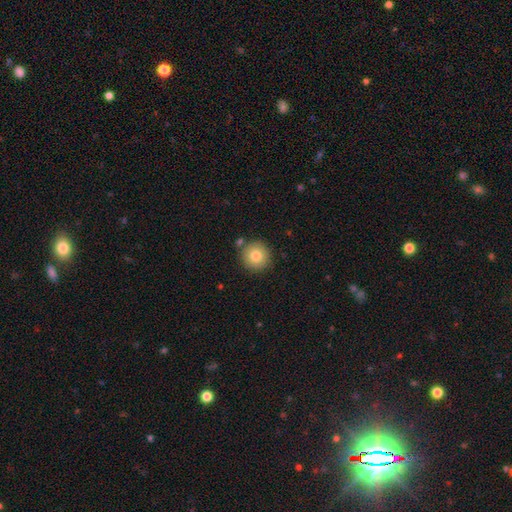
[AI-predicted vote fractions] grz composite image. It shows a smooth galaxy with no disk features (80%) that is round (95%). Merging: none (84%).